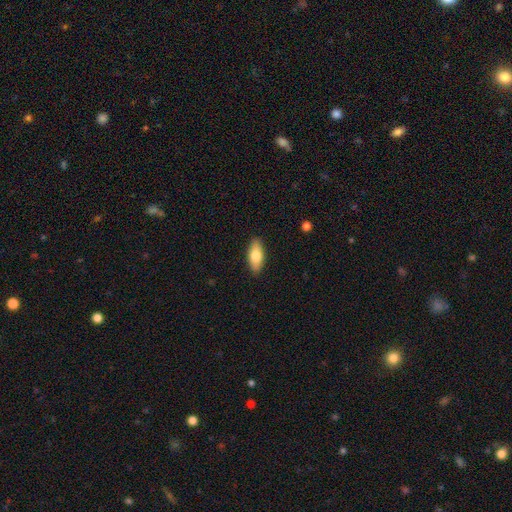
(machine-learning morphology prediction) Smooth or featured? smooth (75%)
How rounded? in between (80%)
Merging? none (89%)